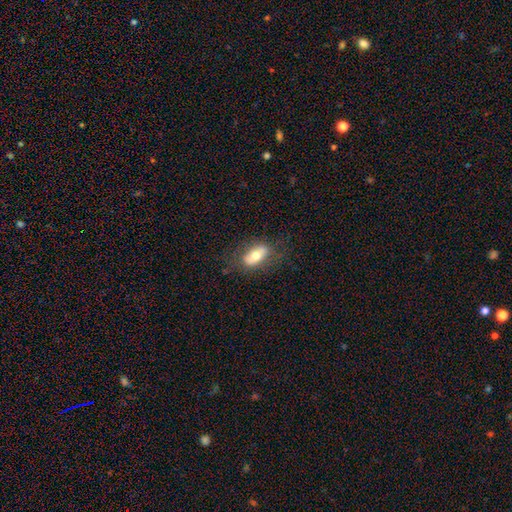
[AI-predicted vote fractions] A smooth galaxy with no disk features (62%) that is in between round and cigar-shaped (87%).

Vote fractions:
- Smooth or featured? smooth: 62% / featured or disk: 31% / star or artifact: 7%
- How rounded? in between: 87% / cigar-shaped: 7% / round: 6%
- Merging? none: 72% / minor disturbance: 18% / major disturbance: 8% / merger: 1%